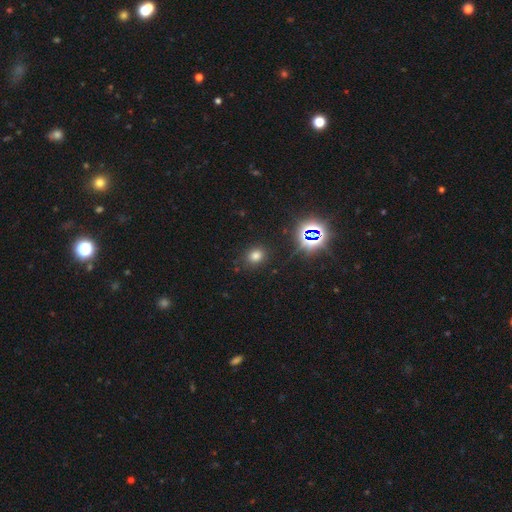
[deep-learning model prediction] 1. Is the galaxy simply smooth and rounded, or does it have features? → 71% smooth, 23% star or artifact, 6% featured or disk.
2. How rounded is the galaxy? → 61% round, 37% in between, 1% cigar-shaped.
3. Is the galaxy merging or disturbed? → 85% none, 10% minor disturbance, 4% major disturbance, 2% merger.